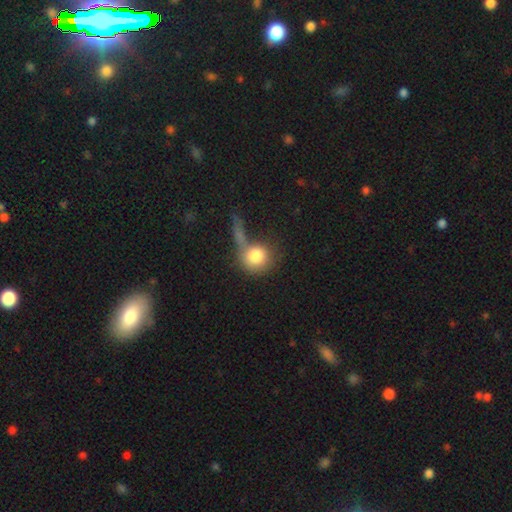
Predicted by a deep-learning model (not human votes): Morphology: type=smooth (78%); roundness=round (85%); merging=none (34%).